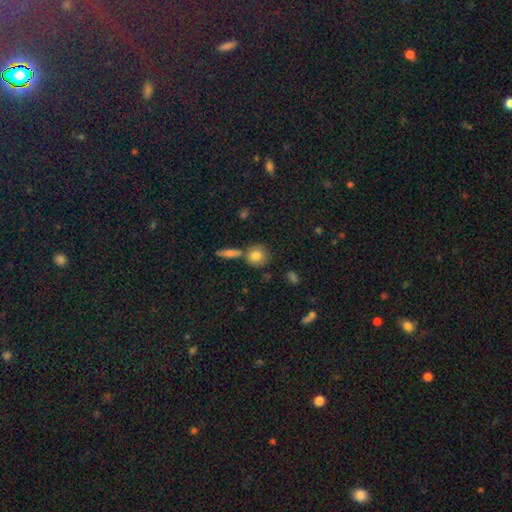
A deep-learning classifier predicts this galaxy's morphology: type=smooth (80%); roundness=round (84%); merging=none (69%).